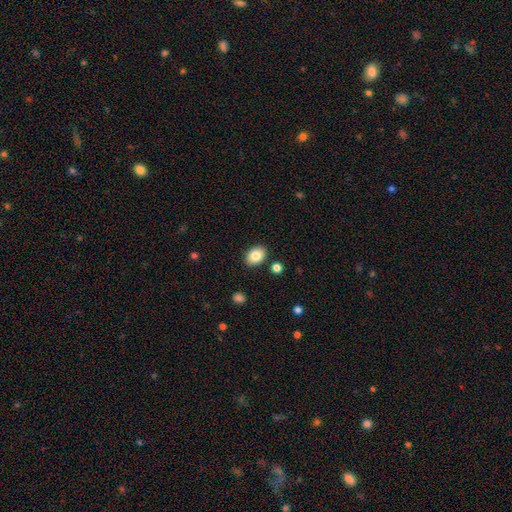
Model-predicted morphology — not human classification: Smooth or featured?
  - smooth: 83% *
  - featured or disk: 9%
  - star or artifact: 8%
How rounded?
  - in between: 76% *
  - round: 23%
  - cigar-shaped: 1%
Merging?
  - none: 87% *
  - minor disturbance: 8%
  - merger: 3%
  - major disturbance: 2%